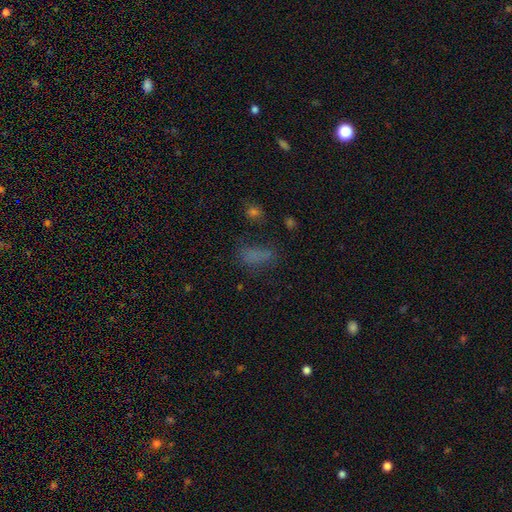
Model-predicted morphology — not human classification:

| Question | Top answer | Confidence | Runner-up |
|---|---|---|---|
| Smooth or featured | smooth | 68% | star or artifact (22%) |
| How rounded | in between | 72% | cigar-shaped (20%) |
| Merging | none | 56% | minor disturbance (22%) |